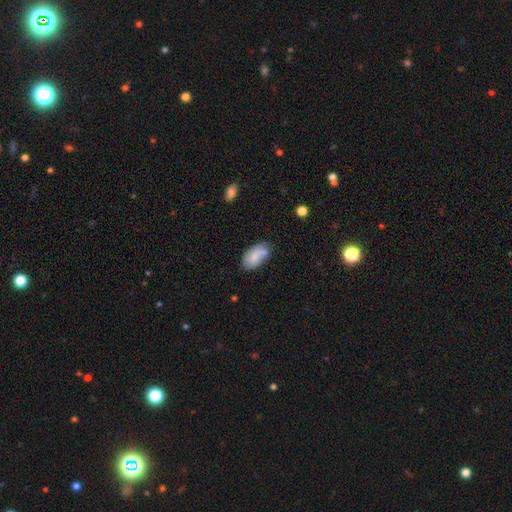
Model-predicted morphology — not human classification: smooth 66%, featured or disk 26%, star or artifact 8%. Down the decision tree: how rounded — in between (93%); merging — none (51%).